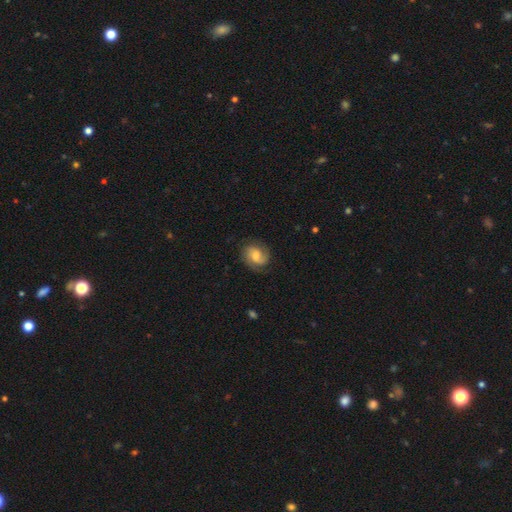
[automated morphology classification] A featured or disk galaxy (57%) with no bar (46%), 2 (73%) medium (44%) spiral arms (91%) and a moderate central bulge (55%). Merging: none (77%).